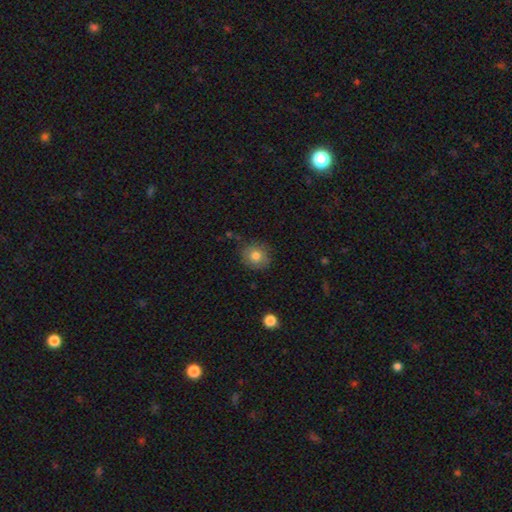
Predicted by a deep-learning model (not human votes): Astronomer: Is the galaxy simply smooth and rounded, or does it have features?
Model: smooth — 79%.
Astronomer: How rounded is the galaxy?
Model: round — 83%.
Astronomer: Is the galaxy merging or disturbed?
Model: none — 84%.